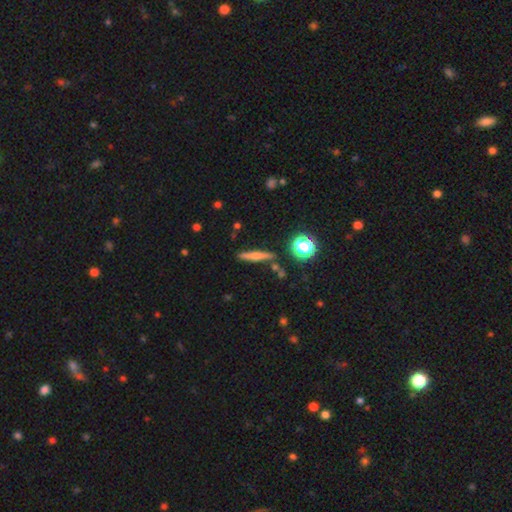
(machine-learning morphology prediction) Q: Smooth or featured?
A: smooth (53%); runner-up: featured or disk (36%)
Q: How rounded?
A: cigar-shaped (84%); runner-up: in between (9%)
Q: Merging?
A: none (84%); runner-up: minor disturbance (10%)